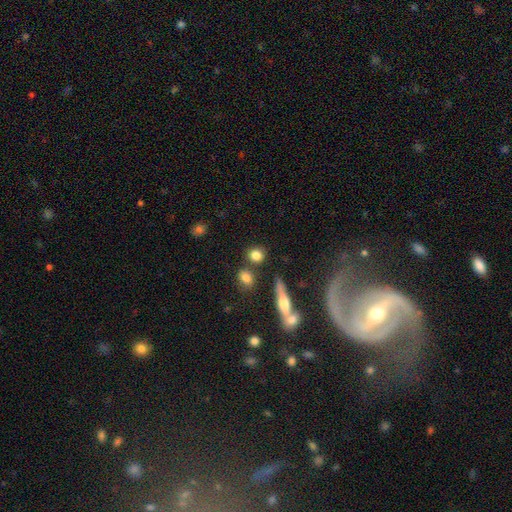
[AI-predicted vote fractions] Morphology: type=smooth (81%); roundness=round (77%); merging=none (76%).